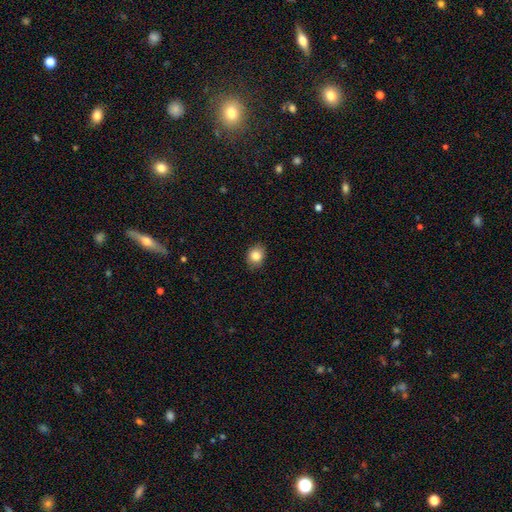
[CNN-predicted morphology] Smooth or featured? Predicted: smooth (p=0.84). How rounded? Predicted: round (p=0.55). Merging? Predicted: none (p=0.87).